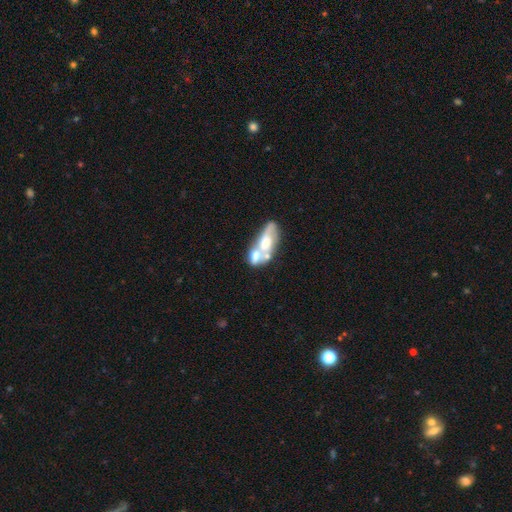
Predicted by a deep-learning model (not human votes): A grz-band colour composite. It shows a featured or disk galaxy (49%). Merging: merger (61%).